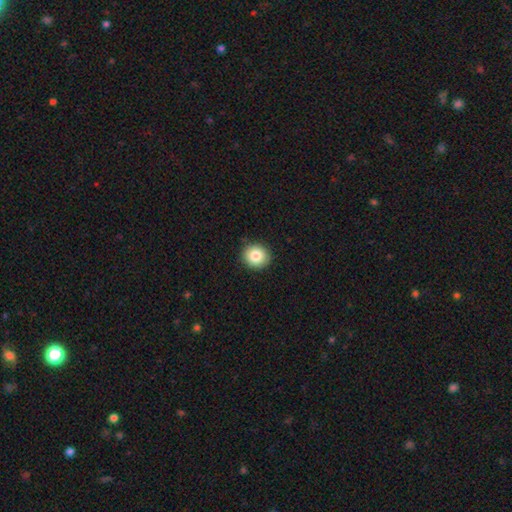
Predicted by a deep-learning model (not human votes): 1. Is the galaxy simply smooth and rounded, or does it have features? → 84% smooth, 9% star or artifact, 7% featured or disk.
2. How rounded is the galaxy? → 90% round, 9% in between, 1% cigar-shaped.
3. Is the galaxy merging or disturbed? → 91% none, 6% minor disturbance, 2% major disturbance, 1% merger.